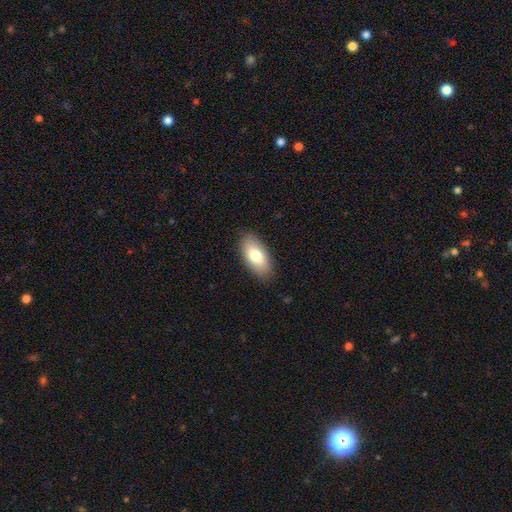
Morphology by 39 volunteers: This appears to be a smooth galaxy with no disk features (90%) that is in between round and cigar-shaped (94%). Merging: none (89%).